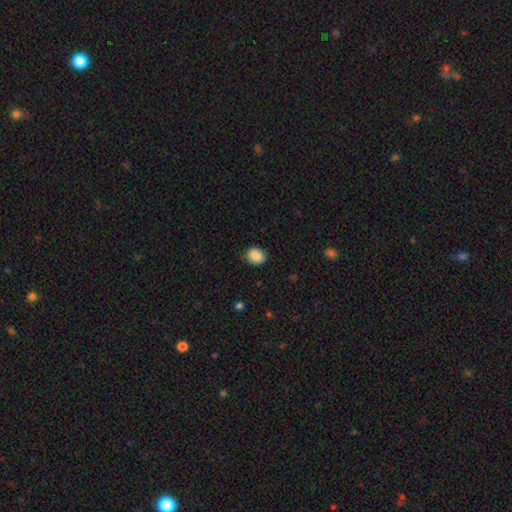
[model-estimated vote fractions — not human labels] A smooth galaxy with no disk features (88%) that is in between round and cigar-shaped (58%).

Vote fractions:
- Smooth or featured? smooth: 88% / star or artifact: 8% / featured or disk: 4%
- How rounded? in between: 58% / round: 41% / cigar-shaped: 1%
- Merging? none: 80% / minor disturbance: 16% / major disturbance: 3% / merger: 1%